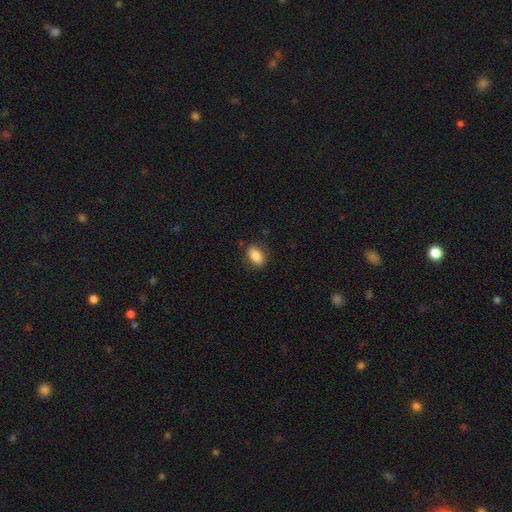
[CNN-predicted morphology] type=smooth (83%); roundness=in between (86%); merging=none (81%).